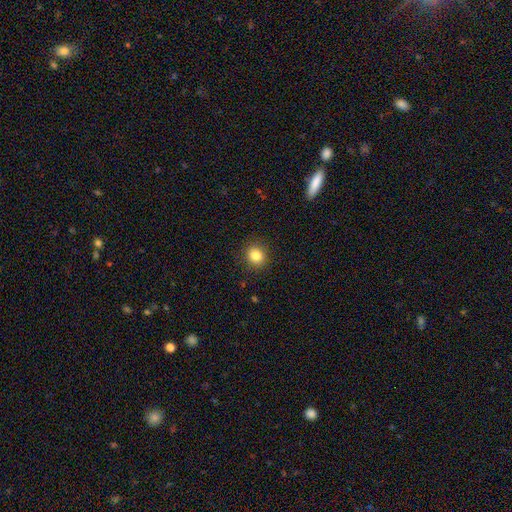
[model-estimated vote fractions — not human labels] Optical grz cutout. It shows a smooth galaxy with no disk features (83%) that is round (82%). Merging: none (90%).